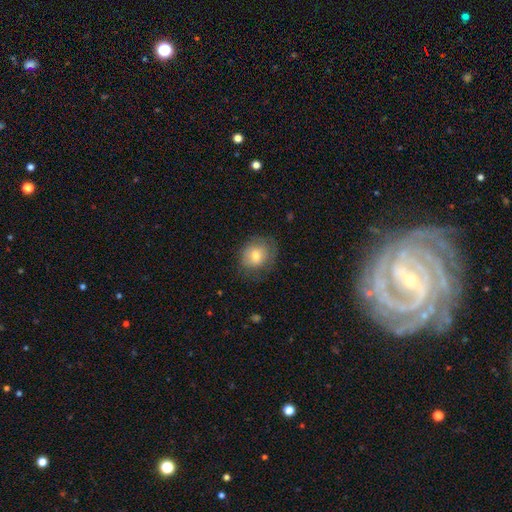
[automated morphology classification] This is likely a smooth galaxy (73%). How rounded: likely round (66%). Merging: likely none (69%).